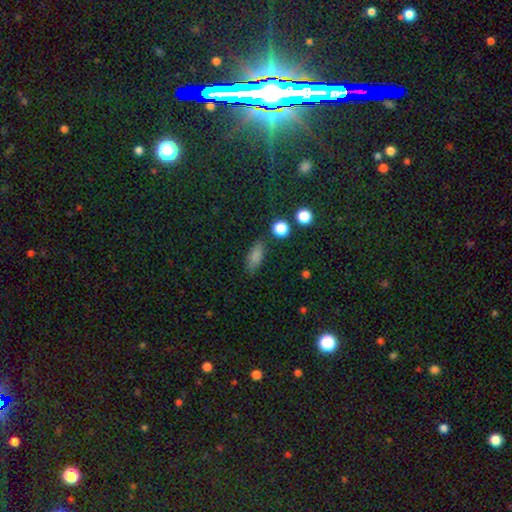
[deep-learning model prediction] smooth_or_featured: smooth (p=0.82) [alt: star or artifact p=0.11]
how_rounded: in between (p=0.74) [alt: cigar-shaped p=0.21]
merging: none (p=0.79) [alt: minor disturbance p=0.14]